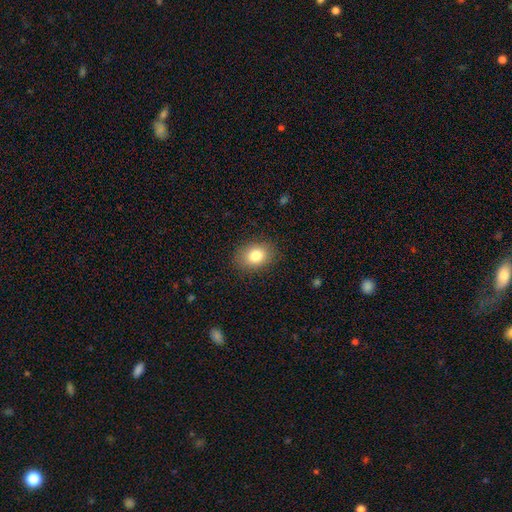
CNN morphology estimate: type=smooth (81%); roundness=in between (63%); merging=none (87%).